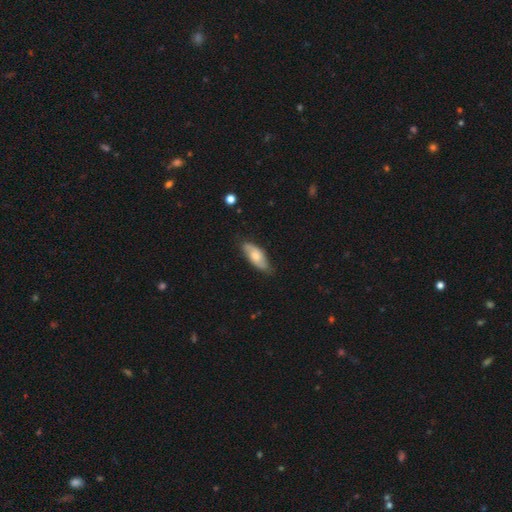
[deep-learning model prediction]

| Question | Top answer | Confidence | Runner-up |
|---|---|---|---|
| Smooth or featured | smooth | 55% | featured or disk (39%) |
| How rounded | in between | 79% | cigar-shaped (18%) |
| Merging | none | 72% | minor disturbance (23%) |